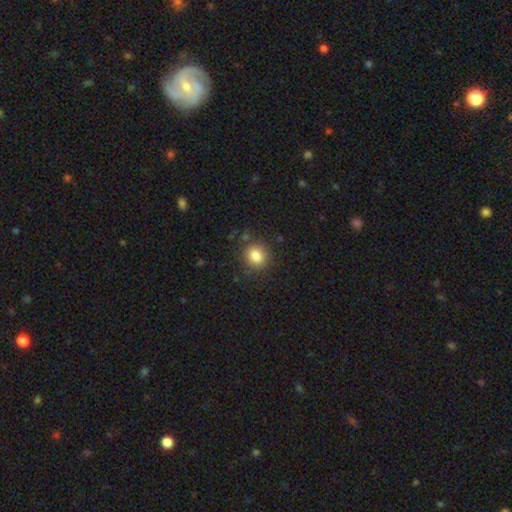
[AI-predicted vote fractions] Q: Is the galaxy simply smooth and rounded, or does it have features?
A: smooth — 84%.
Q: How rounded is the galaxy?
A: round — 76%.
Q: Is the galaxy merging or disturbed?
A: none — 84%.